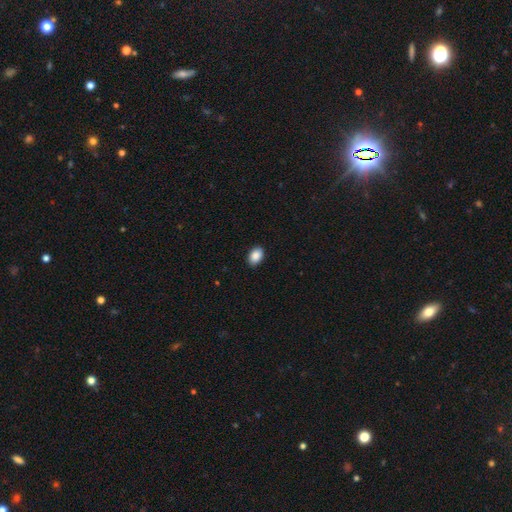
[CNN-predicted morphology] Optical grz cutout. It shows a smooth galaxy with no disk features (89%) that is in between round and cigar-shaped (84%). Merging: none (89%).